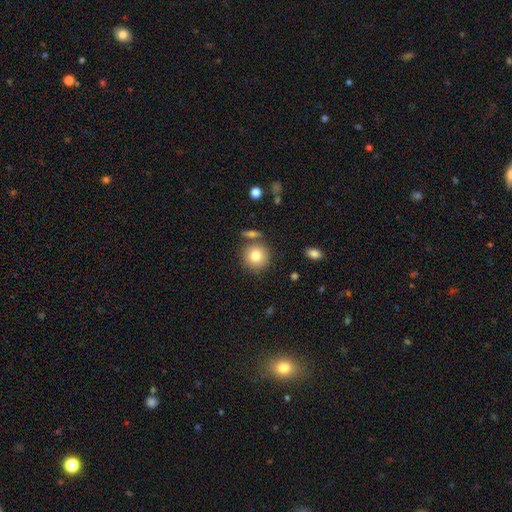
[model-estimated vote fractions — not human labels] The model was most divided on "merging": none: 76%, merger: 11%, minor disturbance: 10%, major disturbance: 3%. More confident: how rounded — round (91%); smooth or featured — smooth (79%).